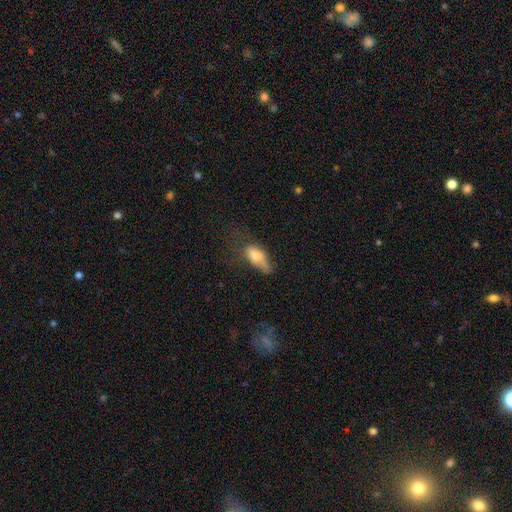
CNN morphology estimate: This appears to be a smooth galaxy with no disk features (72%) that is in between round and cigar-shaped (83%). Merging: minor disturbance (35%).